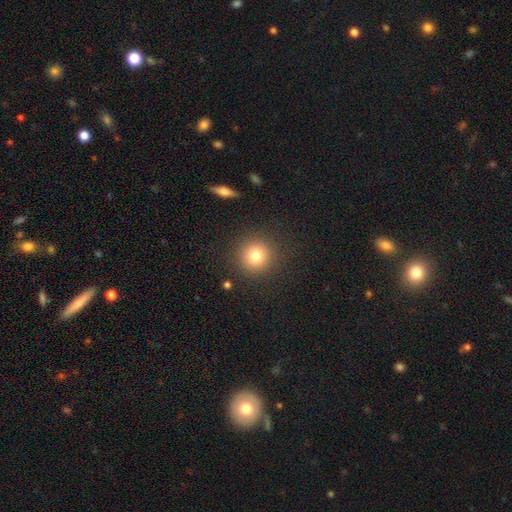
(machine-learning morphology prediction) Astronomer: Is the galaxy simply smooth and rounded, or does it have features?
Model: smooth — 79%.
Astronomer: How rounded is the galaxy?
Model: round — 94%.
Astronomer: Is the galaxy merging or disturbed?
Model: none — 89%.